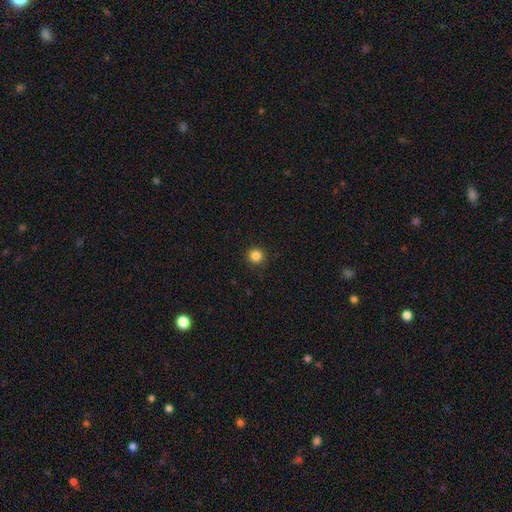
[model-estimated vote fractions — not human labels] A smooth galaxy with no disk features (84%) that is round (95%).

Vote fractions:
- Smooth or featured? smooth: 84% / star or artifact: 12% / featured or disk: 4%
- How rounded? round: 95% / in between: 4% / cigar-shaped: 1%
- Merging? none: 91% / minor disturbance: 6% / major disturbance: 2% / merger: 1%